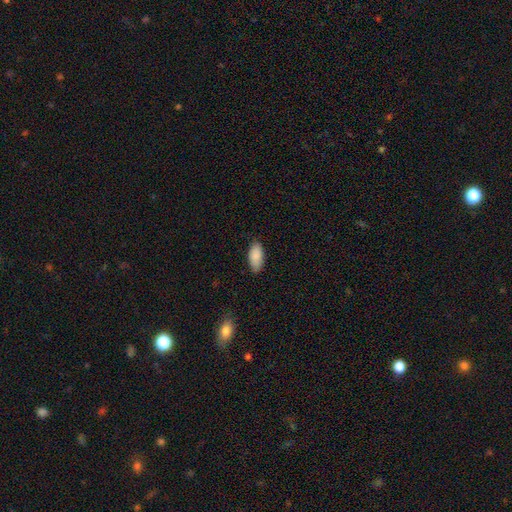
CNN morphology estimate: Smooth or featured: smooth — 88% (star or artifact — 6%)
How rounded: in between — 91% (cigar-shaped — 7%)
Merging: none — 83% (minor disturbance — 14%)